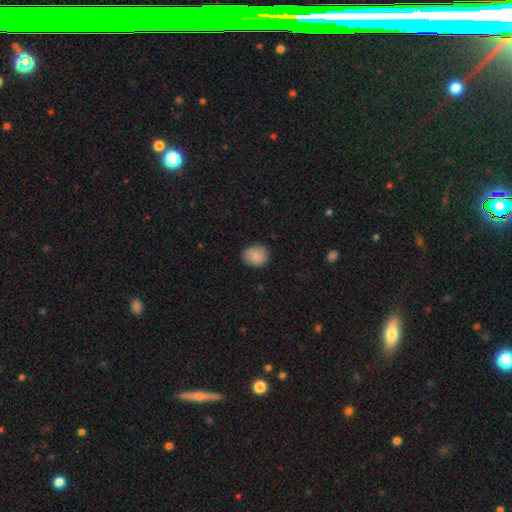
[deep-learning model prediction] Q: Smooth or featured?
A: smooth (88%); runner-up: star or artifact (7%)
Q: How rounded?
A: round (74%); runner-up: in between (25%)
Q: Merging?
A: none (85%); runner-up: minor disturbance (12%)